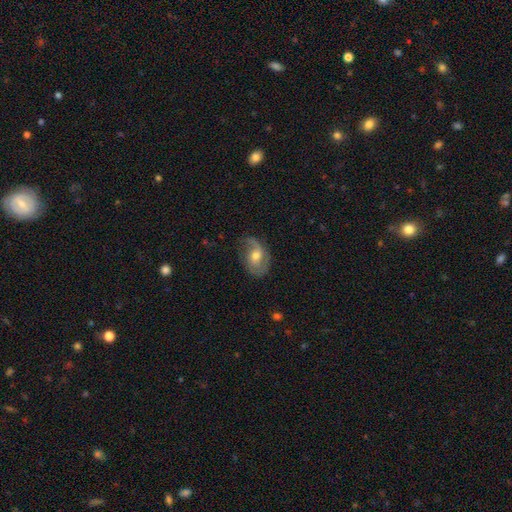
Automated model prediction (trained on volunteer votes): Q: Smooth or featured?
A: featured or disk (67%); runner-up: smooth (26%)
Q: Edge-on disk?
A: no (96%); runner-up: yes (4%)
Q: Bar?
A: no (56%); runner-up: weak (36%)
Q: Spiral arms?
A: yes (88%); runner-up: no (12%)
Q: Spiral winding?
A: medium (43%); runner-up: loose (37%)
Q: Spiral arm count?
A: 2 (74%); runner-up: 1 (13%)
Q: Bulge size?
A: moderate (67%); runner-up: small (24%)
Q: Merging?
A: none (65%); runner-up: minor disturbance (23%)